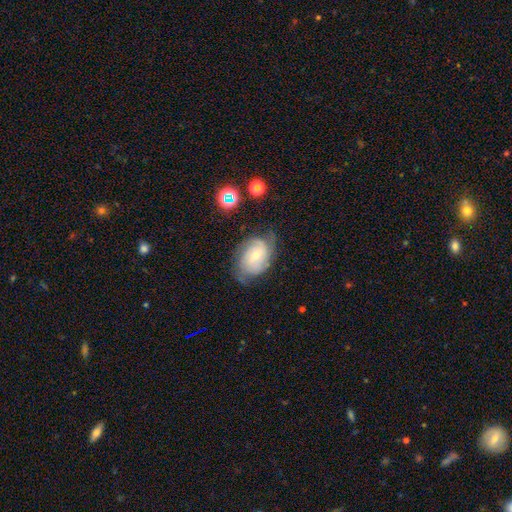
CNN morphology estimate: This is likely a featured or disk galaxy (64%). It is clearly not viewed edge-on (96%). Bar: possibly no (56%). Spiral arm pattern: clearly yes (87%). Spiral arm count: marginally 2 (39%). Spiral winding: possibly tight (45%). Central bulge: likely small (63%). Merging: possibly none (57%).